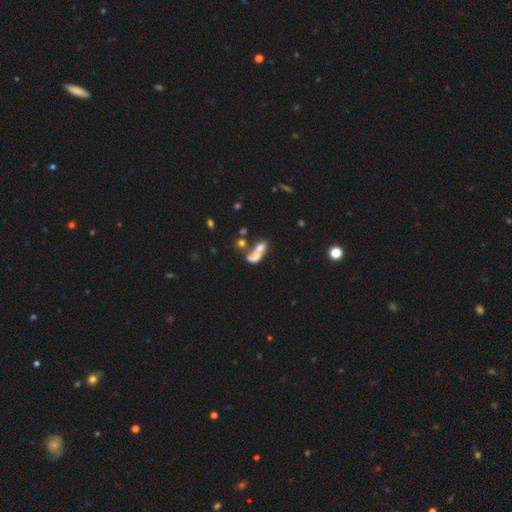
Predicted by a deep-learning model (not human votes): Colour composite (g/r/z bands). It shows a smooth galaxy with no disk features (49%). Merging: merger (65%).